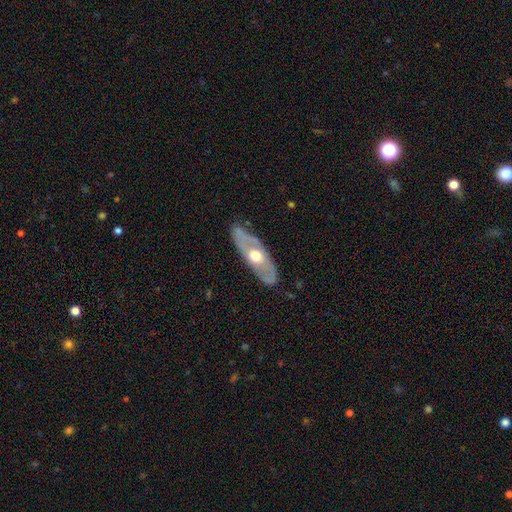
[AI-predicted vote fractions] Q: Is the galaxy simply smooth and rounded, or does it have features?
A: featured or disk — 64%.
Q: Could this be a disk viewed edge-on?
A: no — 68%.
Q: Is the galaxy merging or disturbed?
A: none — 78%.